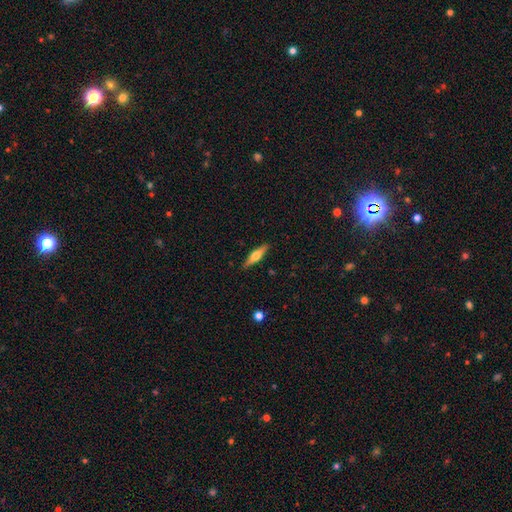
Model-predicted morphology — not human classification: A featured or disk galaxy (51%) viewed edge-on (94%). Merging: none (90%).